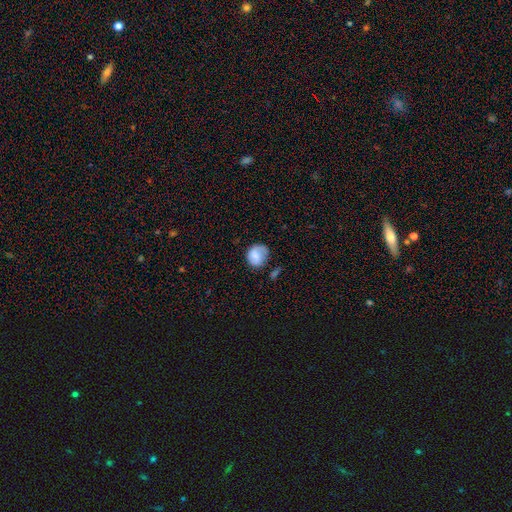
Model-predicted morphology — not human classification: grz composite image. It shows a smooth galaxy with no disk features (67%) that is round (69%). Merging: none (55%).